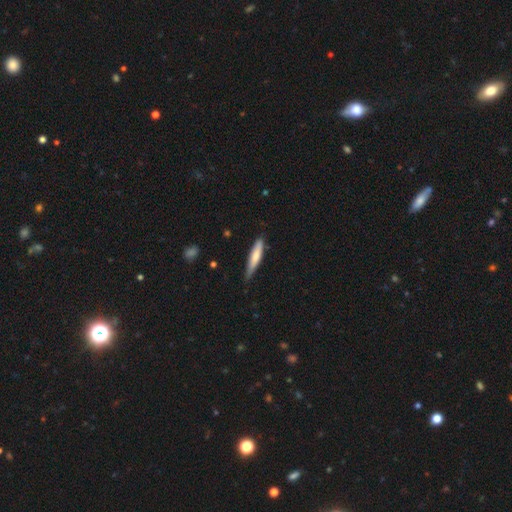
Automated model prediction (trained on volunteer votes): The model was most divided on "merging": none: 65%, minor disturbance: 29%, major disturbance: 4%, merger: 2%. More confident: how rounded — cigar-shaped (86%); smooth or featured — smooth (68%).